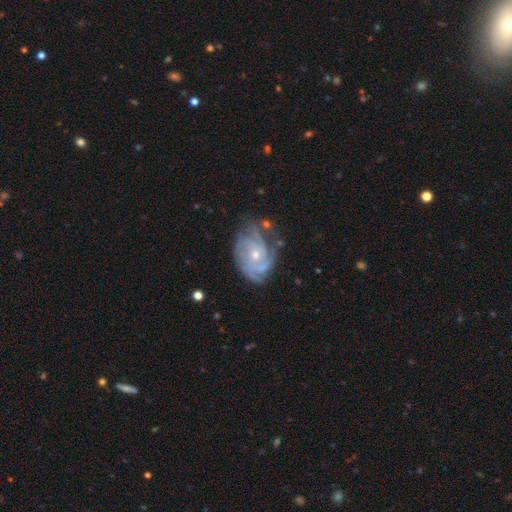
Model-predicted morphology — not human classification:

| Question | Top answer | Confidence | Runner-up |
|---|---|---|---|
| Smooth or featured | featured or disk | 81% | smooth (12%) |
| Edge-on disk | no | 97% | yes (3%) |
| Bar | no | 77% | weak (20%) |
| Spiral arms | yes | 91% | no (9%) |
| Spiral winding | tight | 61% | medium (30%) |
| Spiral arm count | can't tell | 38% | 3 (21%) |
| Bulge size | small | 61% | moderate (35%) |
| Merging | none | 58% | minor disturbance (25%) |